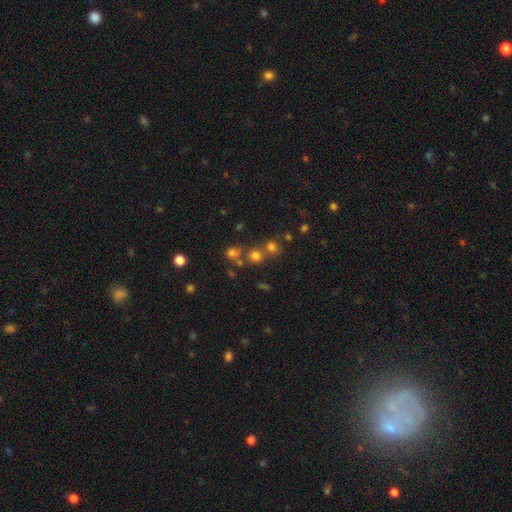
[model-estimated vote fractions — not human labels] Smooth or featured? smooth (61%)
How rounded? round (85%)
Merging? none (62%)